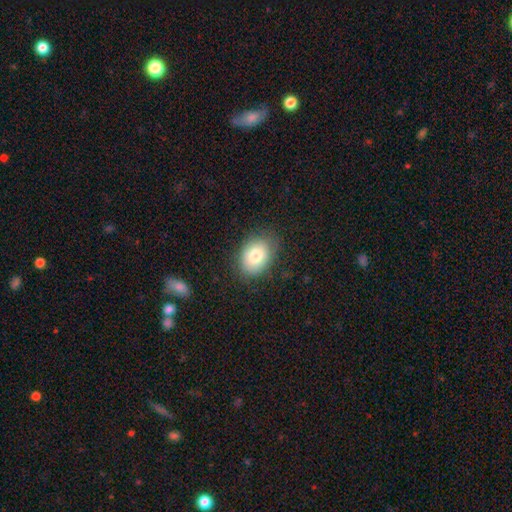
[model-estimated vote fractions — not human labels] A smooth galaxy with no disk features (79%) that is in between round and cigar-shaped (68%).

Vote fractions:
- Smooth or featured? smooth: 79% / featured or disk: 12% / star or artifact: 9%
- How rounded? in between: 68% / round: 31% / cigar-shaped: 1%
- Merging? none: 80% / minor disturbance: 15% / major disturbance: 4% / merger: 1%